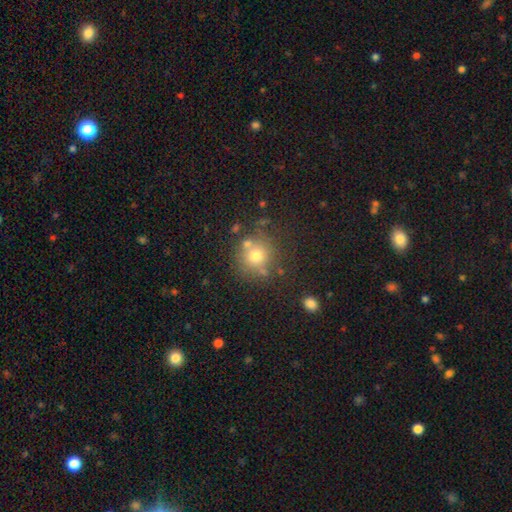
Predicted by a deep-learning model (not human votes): This is likely a smooth galaxy (70%). How rounded: clearly round (90%). Merging: likely none (71%).